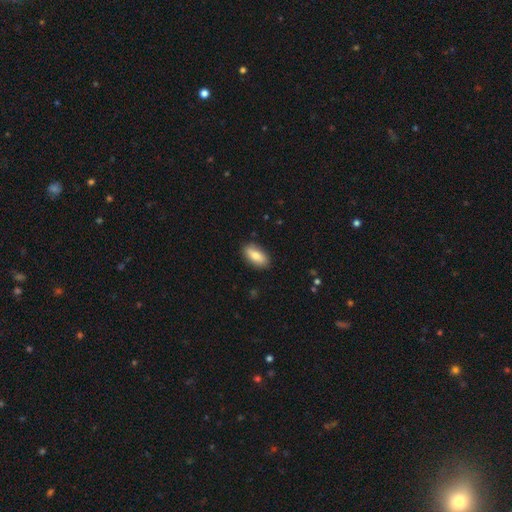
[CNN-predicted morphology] Smooth or featured? Predicted: smooth (p=0.80). How rounded? Predicted: in between (p=0.89). Merging? Predicted: none (p=0.85).